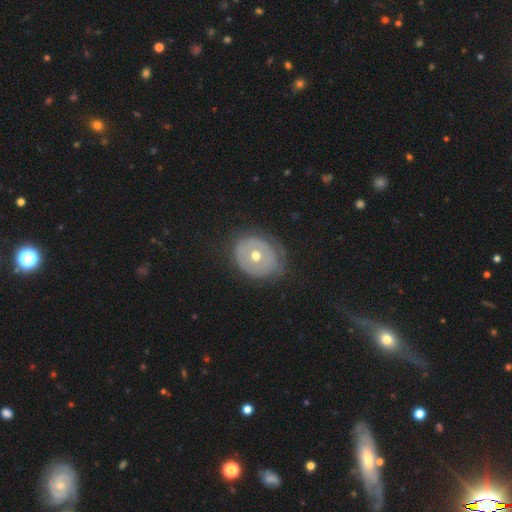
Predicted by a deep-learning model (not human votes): Morphology: type=featured or disk (54%); edge-on=no (95%); bar=no (91%); spiral arms=no (78%); bulge=moderate (72%); merging=none (66%).